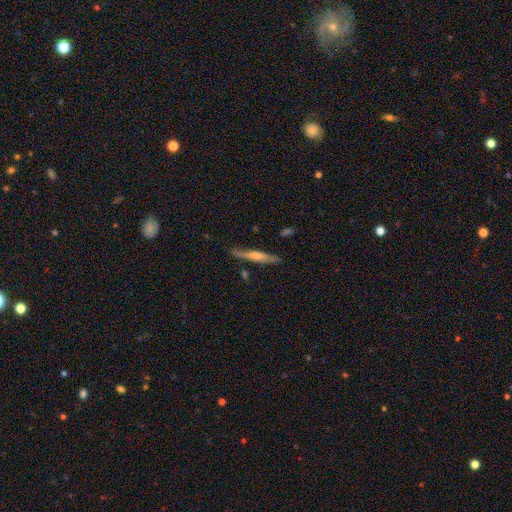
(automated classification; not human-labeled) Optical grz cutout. It shows a featured or disk galaxy (63%) viewed edge-on (93%) with a rounded central bulge (63%). Merging: none (81%).